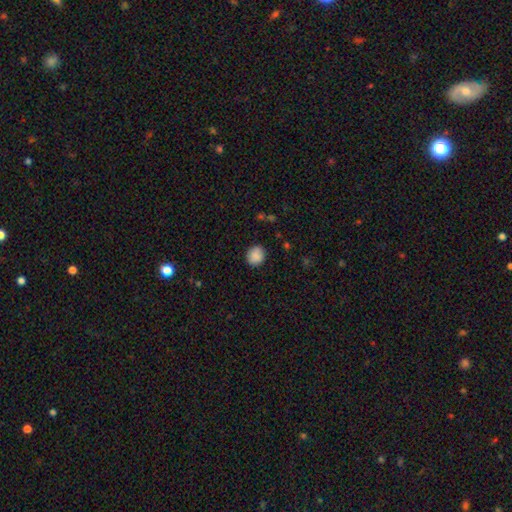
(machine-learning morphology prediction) The model was most divided on "how rounded": round: 81%, in between: 18%, cigar-shaped: 1%. More confident: merging — none (88%); smooth or featured — smooth (88%).